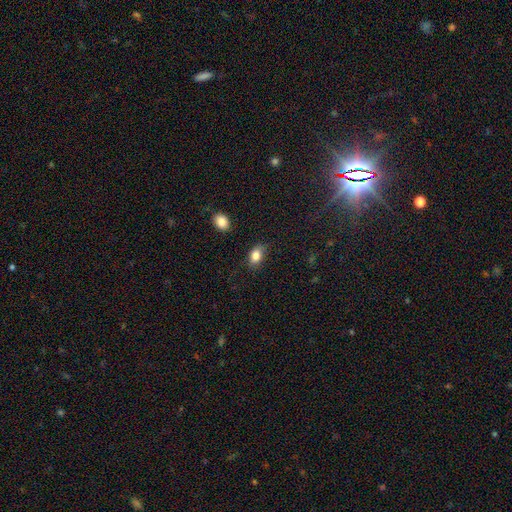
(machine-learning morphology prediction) smooth 84%, star or artifact 9%, featured or disk 8%. Down the decision tree: how rounded — in between (85%); merging — none (81%).